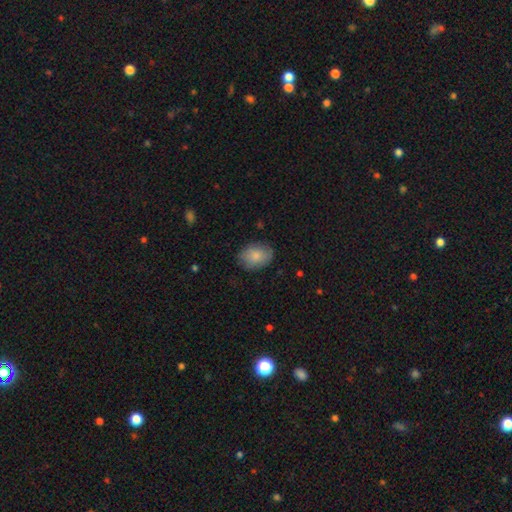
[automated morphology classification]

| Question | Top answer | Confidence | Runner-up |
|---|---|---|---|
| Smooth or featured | smooth | 84% | featured or disk (9%) |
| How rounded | in between | 72% | round (27%) |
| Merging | none | 80% | minor disturbance (15%) |